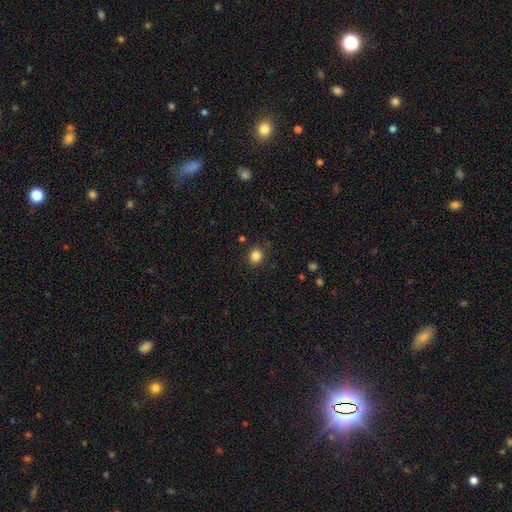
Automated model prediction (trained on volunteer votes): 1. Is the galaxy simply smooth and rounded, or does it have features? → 84% smooth, 12% star or artifact, 4% featured or disk.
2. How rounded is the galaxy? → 74% round, 25% in between, 1% cigar-shaped.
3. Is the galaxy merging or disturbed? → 88% none, 8% minor disturbance, 2% major disturbance, 1% merger.